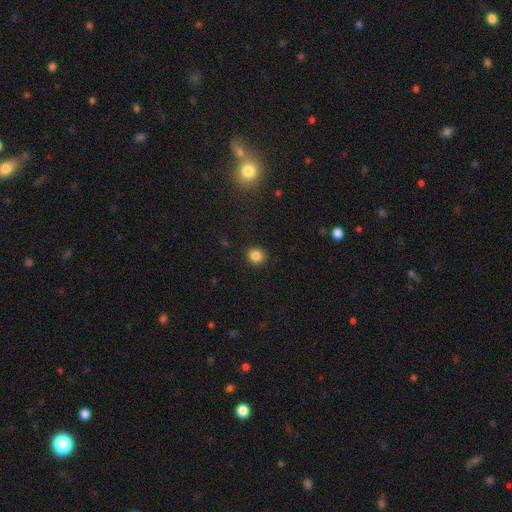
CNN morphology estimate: A smooth galaxy with no disk features (85%) that is round (86%). Merging: none (90%).